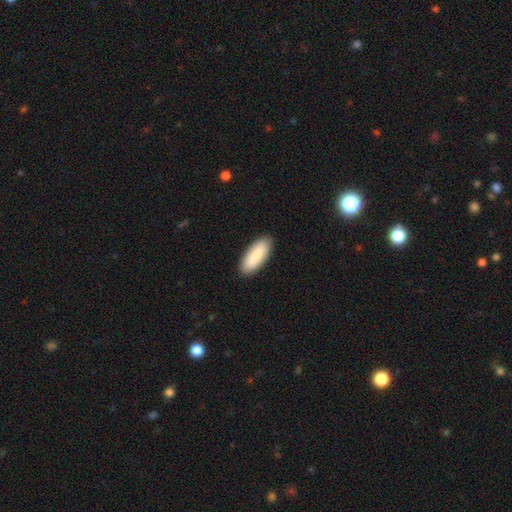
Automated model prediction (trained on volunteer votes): Smooth or featured: smooth — 83% (featured or disk — 12%)
How rounded: in between — 72% (cigar-shaped — 27%)
Merging: none — 89% (minor disturbance — 8%)